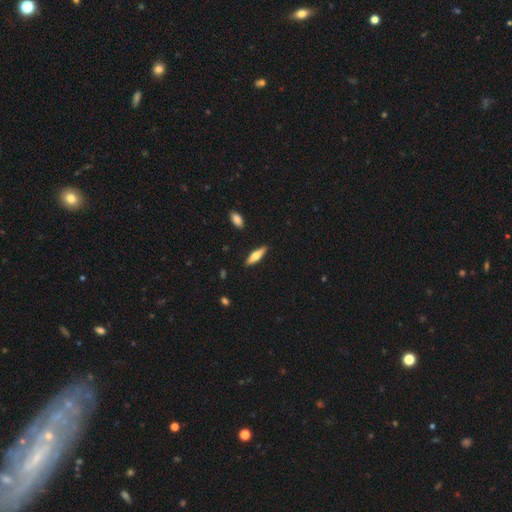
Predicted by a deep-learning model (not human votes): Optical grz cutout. It shows a smooth galaxy with no disk features (49%). Merging: none (88%).